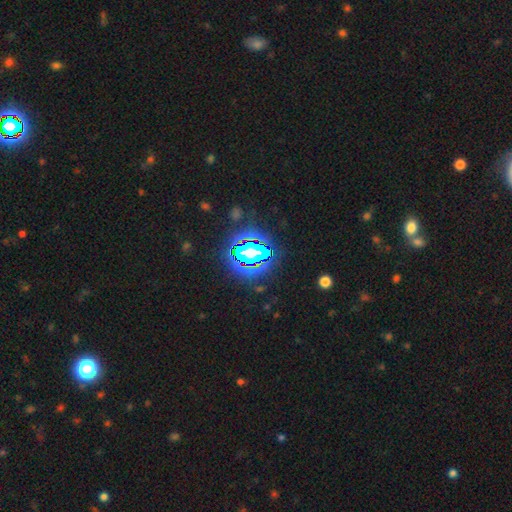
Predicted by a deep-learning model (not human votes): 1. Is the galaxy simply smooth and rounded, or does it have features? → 65% star or artifact, 21% smooth, 14% featured or disk.